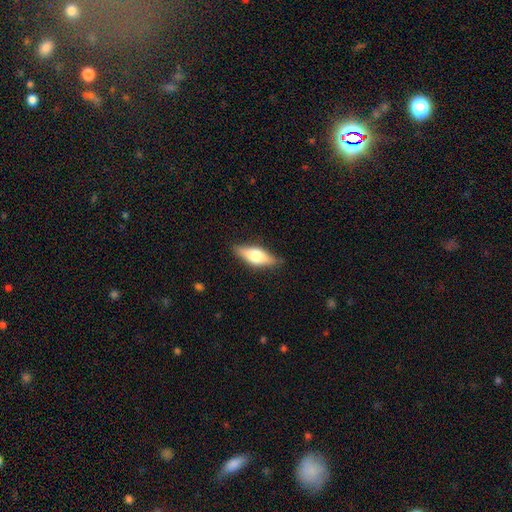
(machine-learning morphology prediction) A smooth galaxy with no disk features (55%) that is in between round and cigar-shaped (66%).

Vote fractions:
- Smooth or featured? smooth: 55% / featured or disk: 39% / star or artifact: 6%
- How rounded? in between: 66% / cigar-shaped: 31% / round: 3%
- Merging? none: 83% / minor disturbance: 13% / major disturbance: 3% / merger: 1%